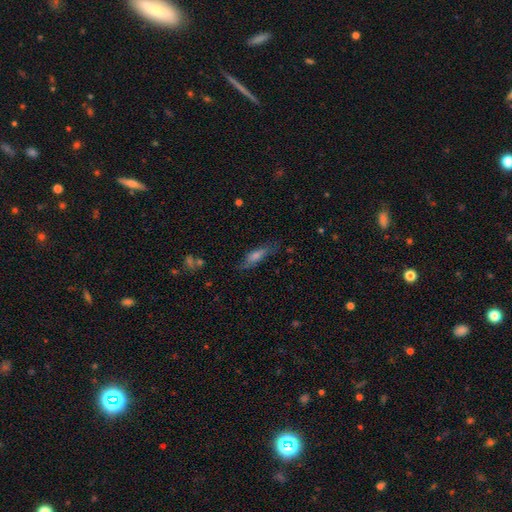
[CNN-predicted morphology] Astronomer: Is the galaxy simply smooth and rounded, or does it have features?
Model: smooth — 50% (runner-up: featured or disk, 38%).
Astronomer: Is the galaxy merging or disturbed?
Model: none — 68%.